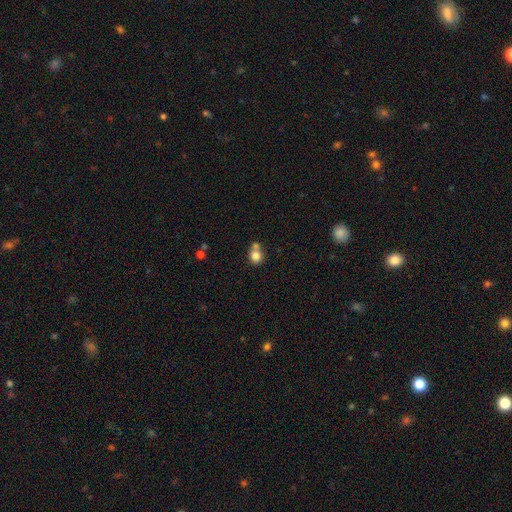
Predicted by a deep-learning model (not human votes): Smooth or featured: smooth — 80% (star or artifact — 11%)
How rounded: round — 83% (in between — 16%)
Merging: none — 49% (merger — 38%)